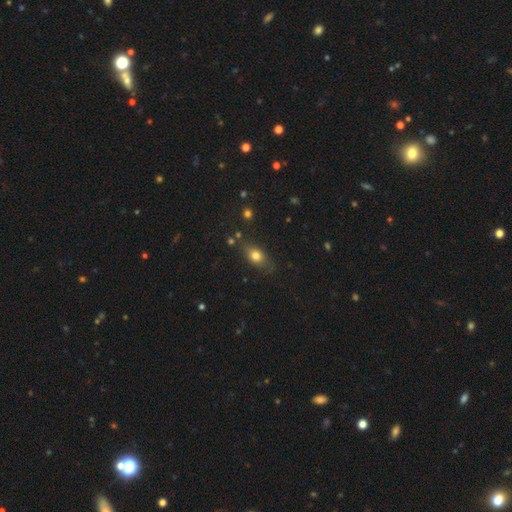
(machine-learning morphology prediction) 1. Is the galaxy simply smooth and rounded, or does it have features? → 75% smooth, 14% featured or disk, 11% star or artifact.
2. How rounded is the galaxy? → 71% in between, 21% round, 8% cigar-shaped.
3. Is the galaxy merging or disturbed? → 73% none, 18% minor disturbance, 5% major disturbance, 4% merger.